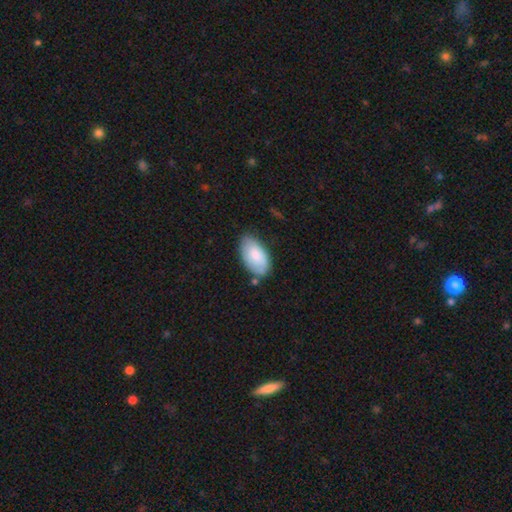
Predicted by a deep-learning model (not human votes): Overall: smooth (79%). How rounded: in between (95%). Merging: none (68%).